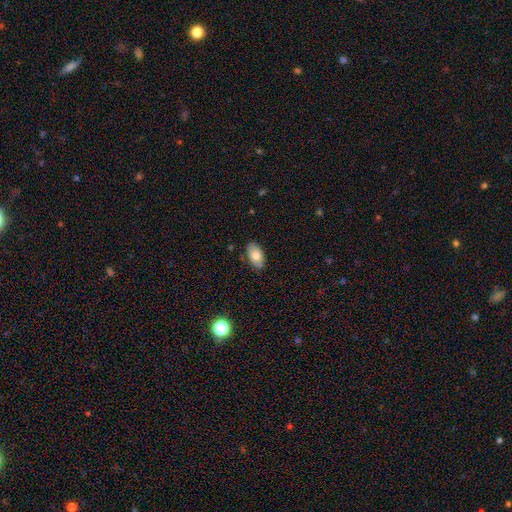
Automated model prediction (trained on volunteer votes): The model was most divided on "smooth or featured": smooth: 72%, featured or disk: 21%, star or artifact: 7%. More confident: how rounded — in between (94%); merging — none (86%).